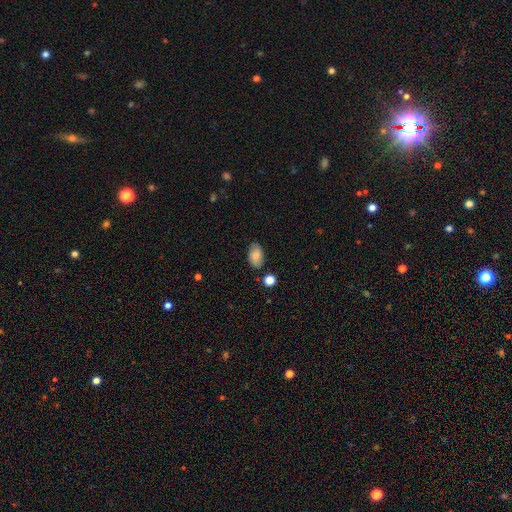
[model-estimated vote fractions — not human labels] Q: Smooth or featured?
A: smooth (80%); runner-up: featured or disk (12%)
Q: How rounded?
A: in between (91%); runner-up: round (7%)
Q: Merging?
A: none (79%); runner-up: minor disturbance (15%)